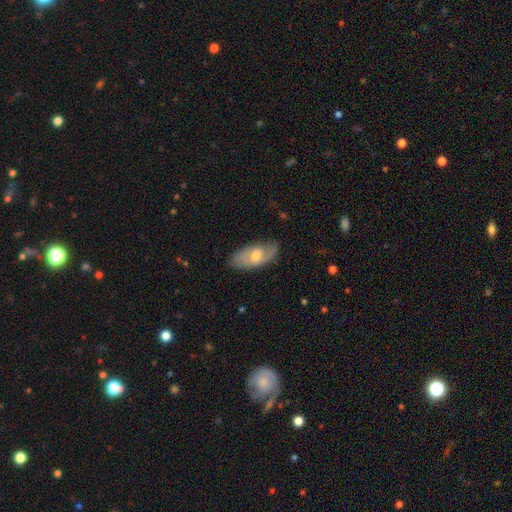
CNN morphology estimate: smooth_or_featured: featured or disk (p=0.53) [alt: smooth p=0.41]
disk_edge_on: no (p=0.87) [alt: yes p=0.13]
merging: none (p=0.77) [alt: minor disturbance p=0.17]